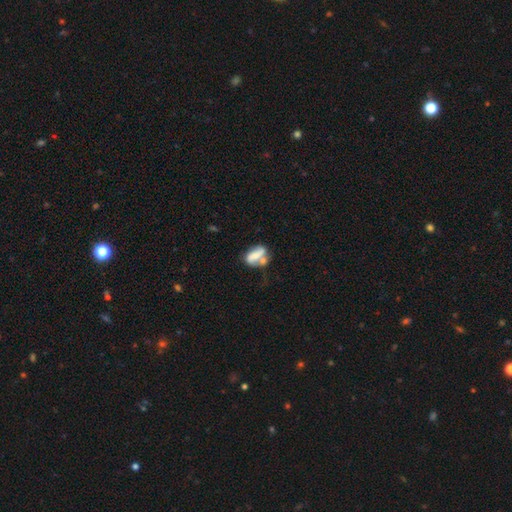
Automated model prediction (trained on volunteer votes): Smooth or featured? smooth (51%)
How rounded? in between (80%)
Merging? none (35%)